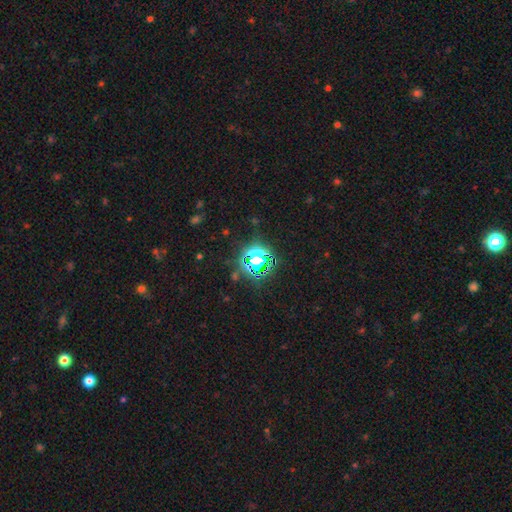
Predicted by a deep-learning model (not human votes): The model was most divided on "smooth or featured": star or artifact: 73%, smooth: 19%, featured or disk: 9%.